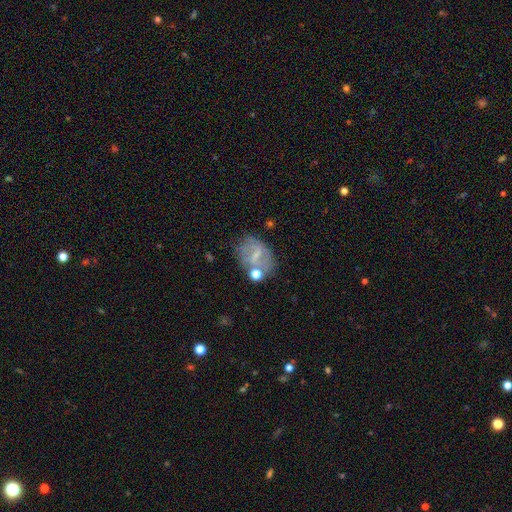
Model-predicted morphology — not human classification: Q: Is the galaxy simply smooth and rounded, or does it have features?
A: featured or disk — 47%.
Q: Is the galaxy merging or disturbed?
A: none — 52%.